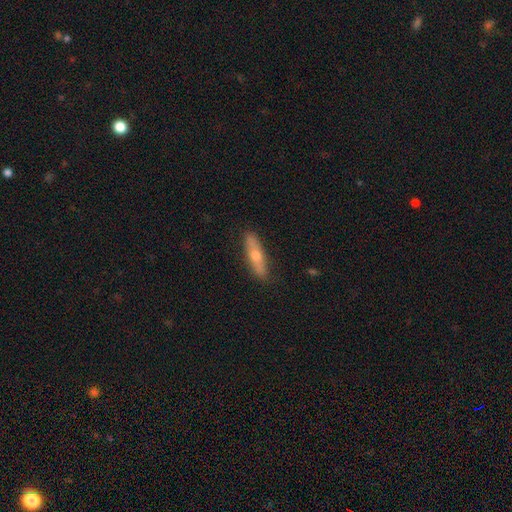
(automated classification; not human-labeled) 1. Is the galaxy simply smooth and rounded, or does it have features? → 48% featured or disk, 42% smooth, 10% star or artifact.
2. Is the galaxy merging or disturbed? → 86% none, 11% minor disturbance, 2% major disturbance, 1% merger.